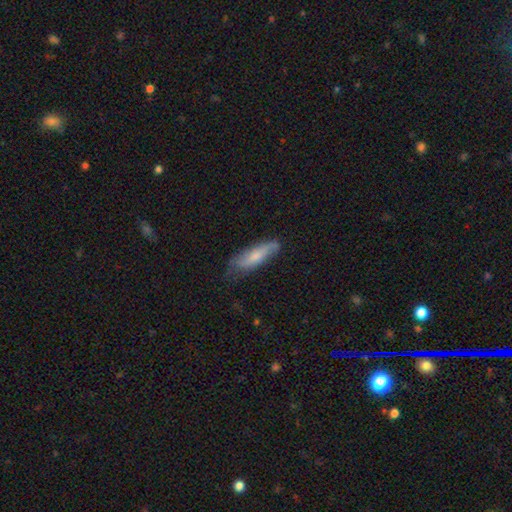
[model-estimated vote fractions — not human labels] smooth_or_featured: smooth (p=0.66) [alt: featured or disk p=0.28]
how_rounded: cigar-shaped (p=0.61) [alt: in between p=0.38]
merging: none (p=0.62) [alt: minor disturbance p=0.29]